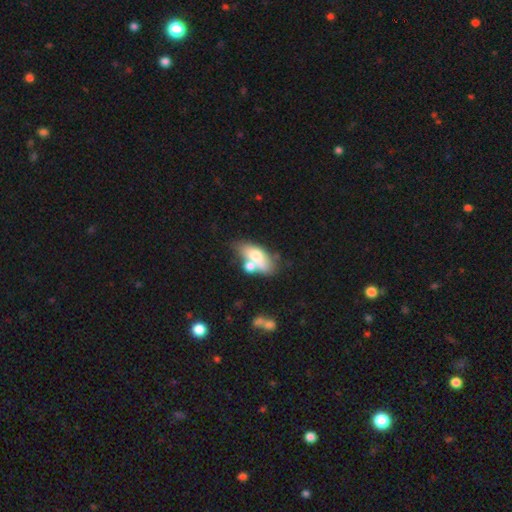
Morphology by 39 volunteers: Smooth or featured: smooth — 69% (featured or disk — 23%)
How rounded: in between — 85% (round — 7%)
Merging: merger — 47% (none — 25%)